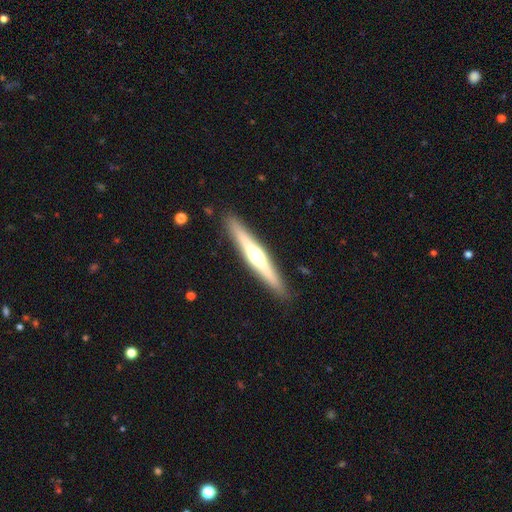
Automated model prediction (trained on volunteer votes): A featured or disk galaxy (64%) viewed edge-on (97%) with a rounded central bulge (88%).

Vote fractions:
- Smooth or featured? featured or disk: 64% / smooth: 30% / star or artifact: 5%
- Edge-on disk? yes: 97% / no: 3%
- Edge-on bulge? rounded: 88% / none: 8% / boxy: 5%
- Merging? none: 91% / minor disturbance: 7% / major disturbance: 1% / merger: 1%